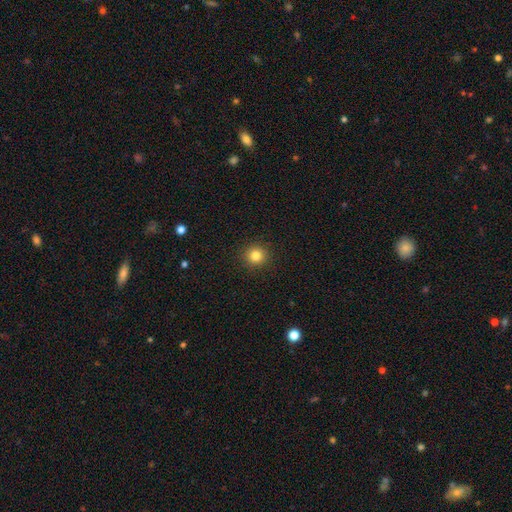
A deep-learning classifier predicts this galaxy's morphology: Q: Smooth or featured?
A: smooth (83%); runner-up: star or artifact (12%)
Q: How rounded?
A: round (94%); runner-up: in between (5%)
Q: Merging?
A: none (92%); runner-up: minor disturbance (5%)